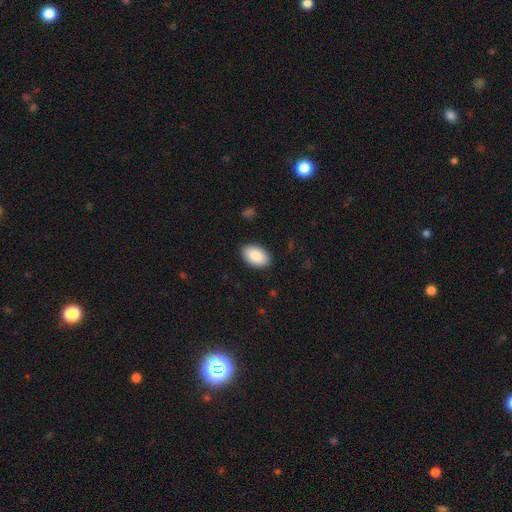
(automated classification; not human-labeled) Smooth or featured: smooth — 88% (star or artifact — 6%)
How rounded: in between — 94% (round — 5%)
Merging: none — 89% (minor disturbance — 9%)